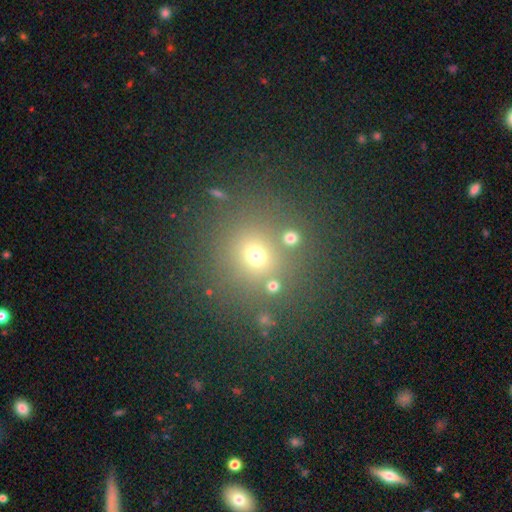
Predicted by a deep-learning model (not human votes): A smooth galaxy with no disk features (64%) that is round (87%).

Vote fractions:
- Smooth or featured? smooth: 64% / star or artifact: 26% / featured or disk: 10%
- How rounded? round: 87% / in between: 12% / cigar-shaped: 1%
- Merging? none: 76% / minor disturbance: 10% / merger: 9% / major disturbance: 5%